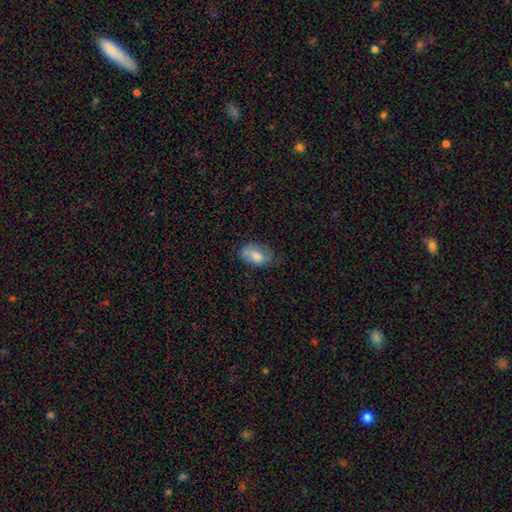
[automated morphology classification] Overall: smooth (73%). How rounded: in between (91%). Merging: none (63%; minor disturbance 28%).